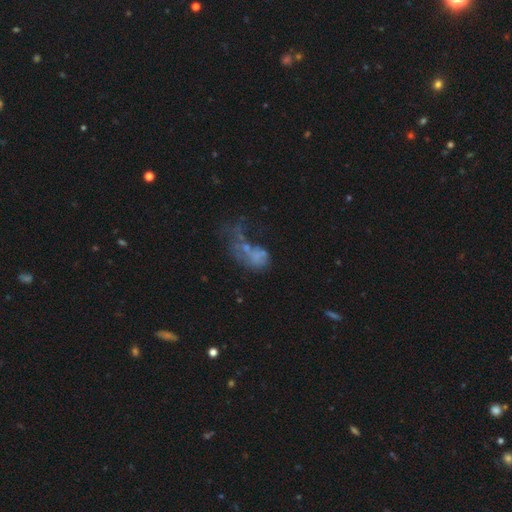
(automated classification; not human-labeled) A featured or disk galaxy (47%). Merging: major disturbance (47%).